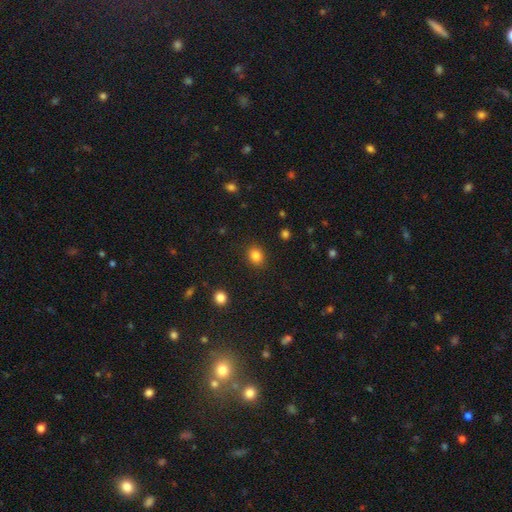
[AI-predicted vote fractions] Smooth or featured: smooth — 84% (star or artifact — 11%)
How rounded: round — 59% (in between — 40%)
Merging: none — 88% (minor disturbance — 8%)